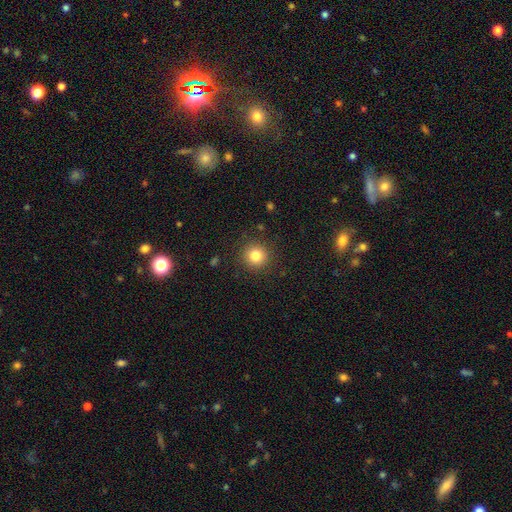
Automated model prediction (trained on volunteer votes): smooth 81%, star or artifact 12%, featured or disk 7%. Down the decision tree: how rounded — round (94%); merging — none (90%).